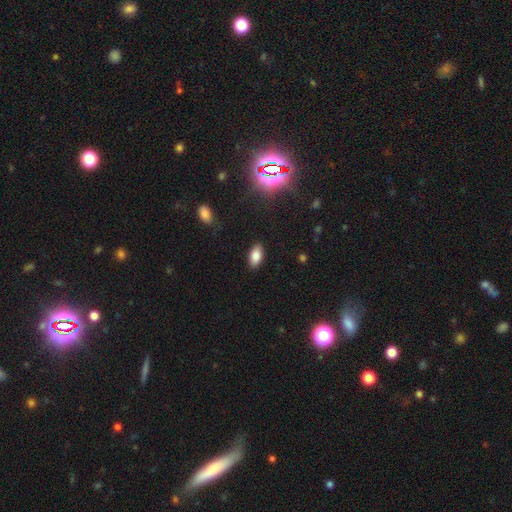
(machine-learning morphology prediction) Smooth or featured? Predicted: smooth (p=0.82). How rounded? Predicted: in between (p=0.92). Merging? Predicted: none (p=0.87).